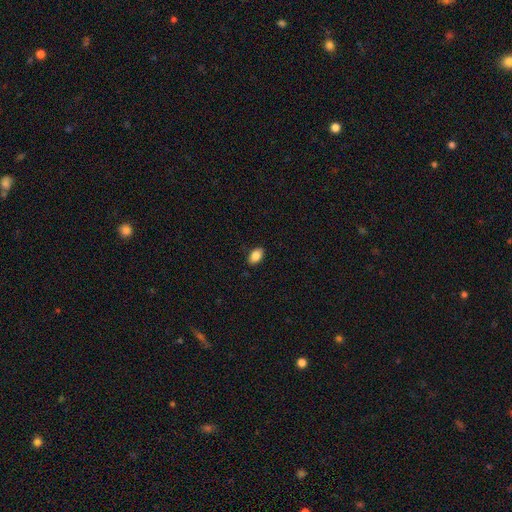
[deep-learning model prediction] A smooth galaxy with no disk features (88%) that is in between round and cigar-shaped (91%).

Vote fractions:
- Smooth or featured? smooth: 88% / star or artifact: 8% / featured or disk: 5%
- How rounded? in between: 91% / round: 8% / cigar-shaped: 1%
- Merging? none: 88% / minor disturbance: 9% / major disturbance: 2% / merger: 1%